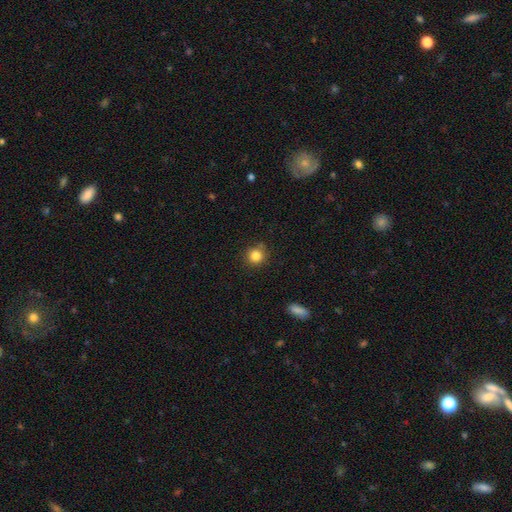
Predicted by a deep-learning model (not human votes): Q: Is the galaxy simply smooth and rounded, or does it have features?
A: smooth — 84%.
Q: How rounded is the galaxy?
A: round — 91%.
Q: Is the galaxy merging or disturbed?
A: none — 85%.